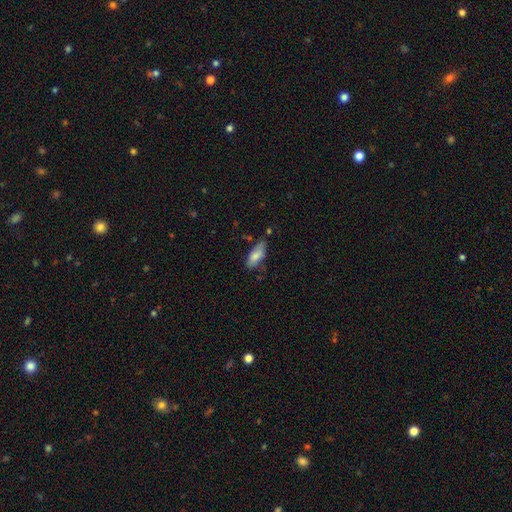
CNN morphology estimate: A smooth galaxy with no disk features (79%) that is in between round and cigar-shaped (77%).

Vote fractions:
- Smooth or featured? smooth: 79% / featured or disk: 15% / star or artifact: 6%
- How rounded? in between: 77% / cigar-shaped: 22% / round: 2%
- Merging? none: 63% / minor disturbance: 27% / major disturbance: 6% / merger: 5%